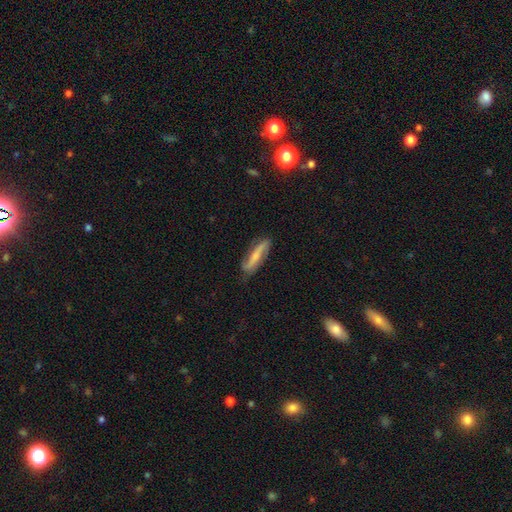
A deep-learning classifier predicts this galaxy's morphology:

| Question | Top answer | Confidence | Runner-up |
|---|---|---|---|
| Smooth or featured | featured or disk | 57% | smooth (37%) |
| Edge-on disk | no | 68% | yes (32%) |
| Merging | none | 75% | minor disturbance (18%) |